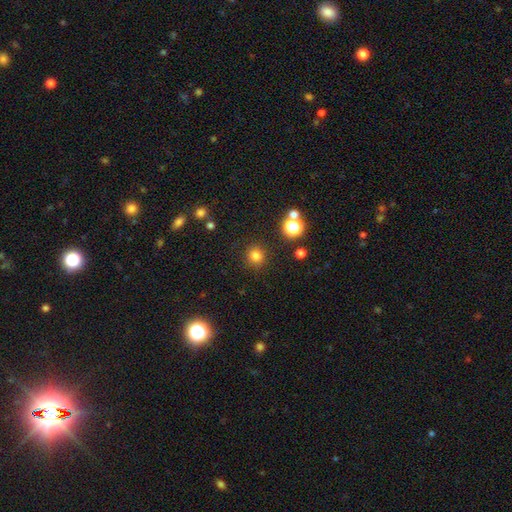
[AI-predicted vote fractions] smooth_or_featured: smooth (p=0.79) [alt: star or artifact p=0.16]
how_rounded: round (p=0.93) [alt: in between p=0.07]
merging: none (p=0.89) [alt: minor disturbance p=0.06]